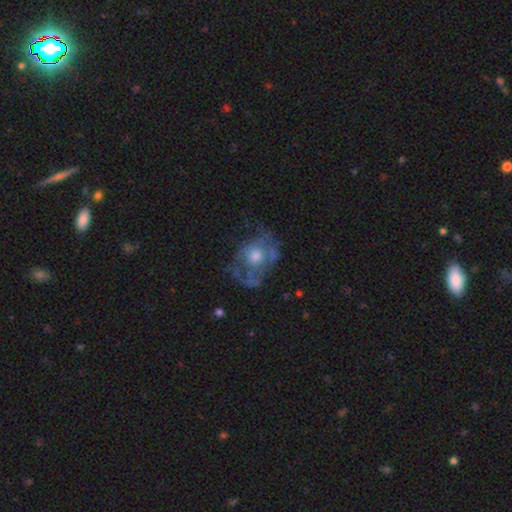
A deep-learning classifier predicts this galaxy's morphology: Smooth or featured: featured or disk — 67% (smooth — 24%)
Edge-on disk: no — 97% (yes — 3%)
Bar: no — 86% (weak — 12%)
Spiral arms: no — 52% (yes — 48%)
Bulge size: moderate — 61% (small — 24%)
Merging: none — 46% (major disturbance — 30%)